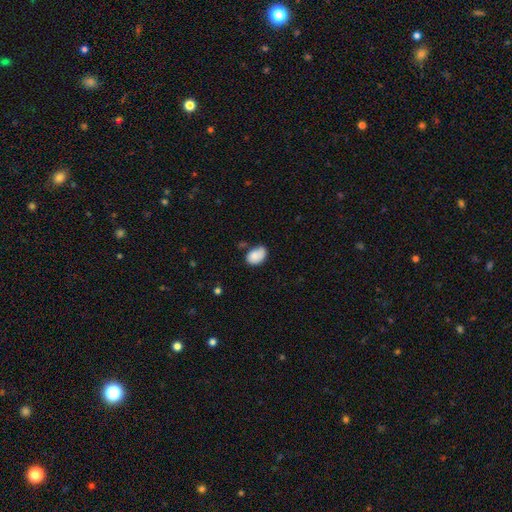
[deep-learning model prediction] A smooth galaxy with no disk features (81%) that is in between round and cigar-shaped (82%). Merging: none (49%).